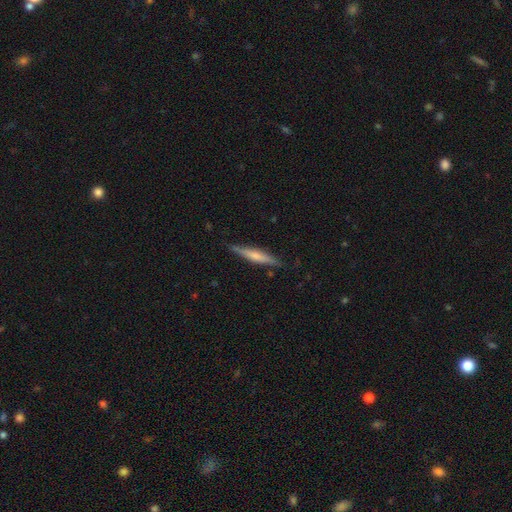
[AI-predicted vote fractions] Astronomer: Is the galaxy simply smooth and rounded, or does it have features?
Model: smooth — 48% (runner-up: featured or disk, 47%).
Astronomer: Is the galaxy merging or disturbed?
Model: none — 85%.